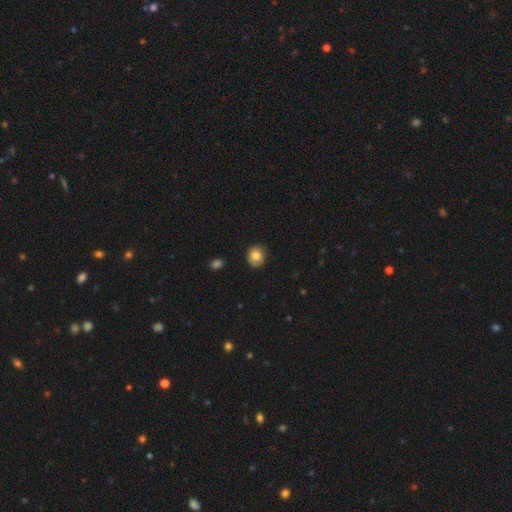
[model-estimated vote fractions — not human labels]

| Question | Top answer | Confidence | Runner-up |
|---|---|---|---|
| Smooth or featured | smooth | 83% | star or artifact (9%) |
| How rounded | round | 79% | in between (21%) |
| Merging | none | 83% | minor disturbance (13%) |